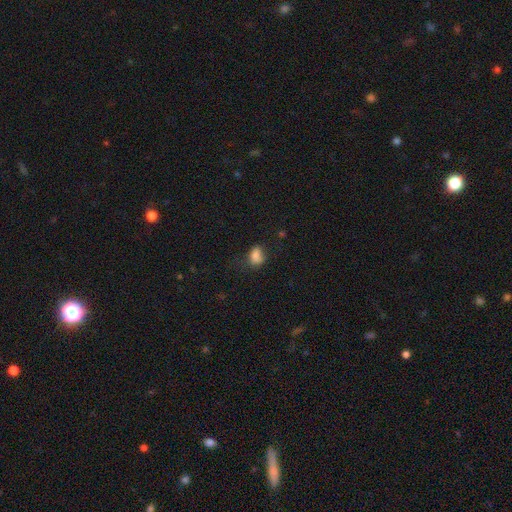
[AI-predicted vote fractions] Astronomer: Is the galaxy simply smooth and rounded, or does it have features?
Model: smooth — 82%.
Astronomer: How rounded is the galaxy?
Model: in between — 73%.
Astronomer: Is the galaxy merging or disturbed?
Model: none — 53% (runner-up: minor disturbance, 30%).